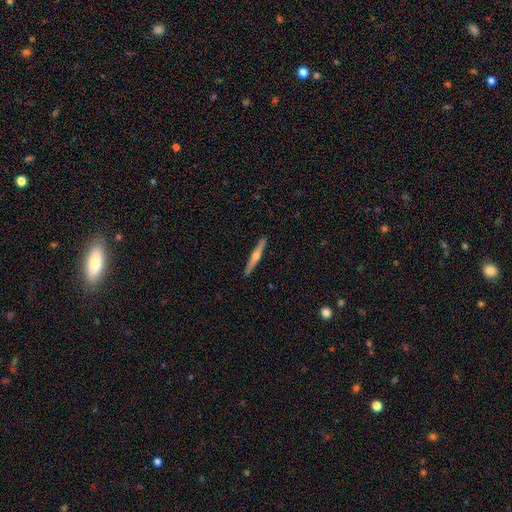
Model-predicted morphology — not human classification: Overall: featured or disk (66%; smooth 28%). Edge-on disk: yes (98%). Edge-on bulge: rounded (85%). Merging: none (92%).